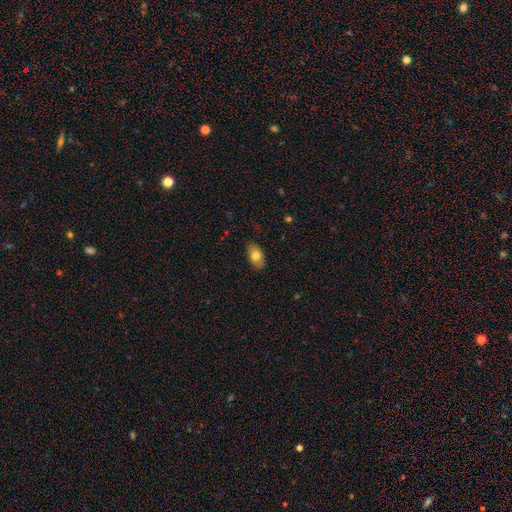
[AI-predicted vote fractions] Smooth or featured: smooth — 78% (featured or disk — 15%)
How rounded: in between — 91% (round — 7%)
Merging: none — 85% (minor disturbance — 12%)